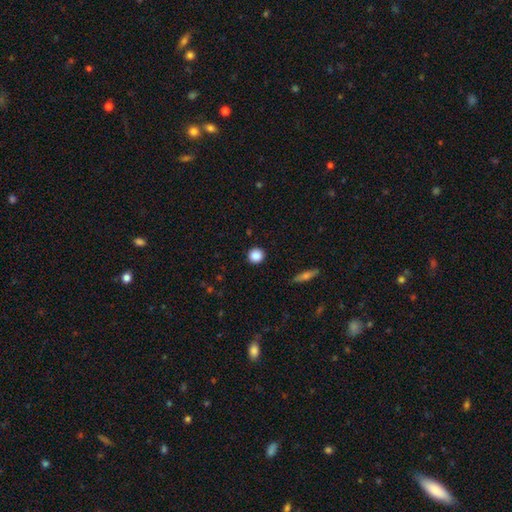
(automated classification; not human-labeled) This is clearly a smooth galaxy (87%). How rounded: clearly round (94%). Merging: clearly none (92%).